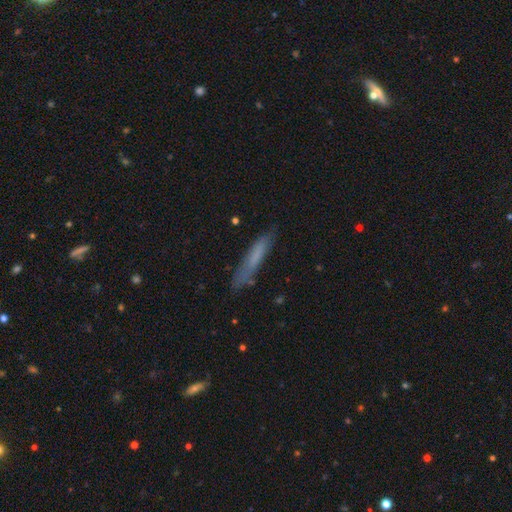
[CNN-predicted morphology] Smooth or featured? smooth (67%)
How rounded? cigar-shaped (92%)
Merging? none (75%)